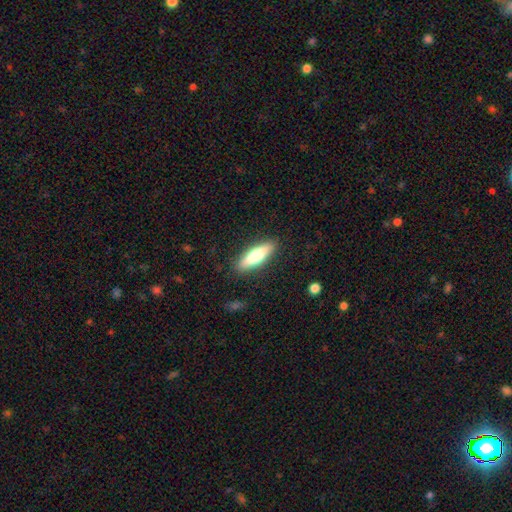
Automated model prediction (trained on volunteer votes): Smooth or featured? smooth (64%)
How rounded? cigar-shaped (61%)
Merging? none (88%)